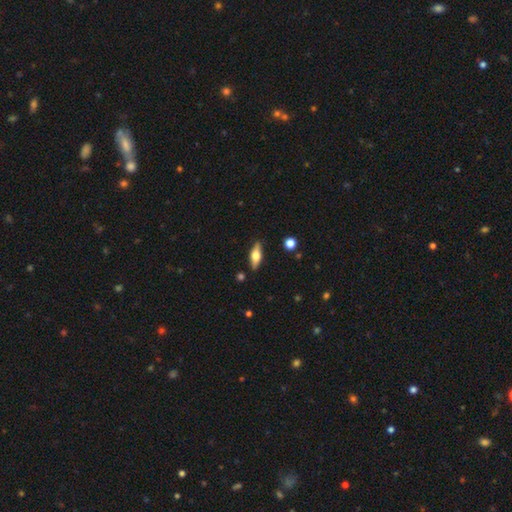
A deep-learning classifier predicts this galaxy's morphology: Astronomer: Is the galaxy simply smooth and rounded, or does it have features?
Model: featured or disk — 48% (runner-up: smooth, 45%).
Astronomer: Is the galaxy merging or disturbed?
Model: none — 86%.